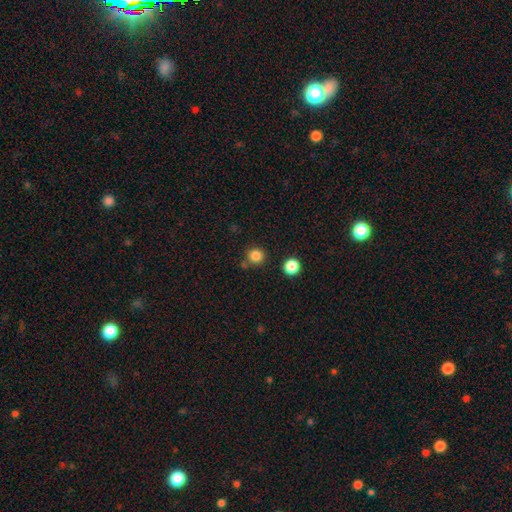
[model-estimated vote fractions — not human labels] Smooth or featured: smooth — 83% (star or artifact — 13%)
How rounded: round — 94% (in between — 5%)
Merging: none — 79% (minor disturbance — 9%)